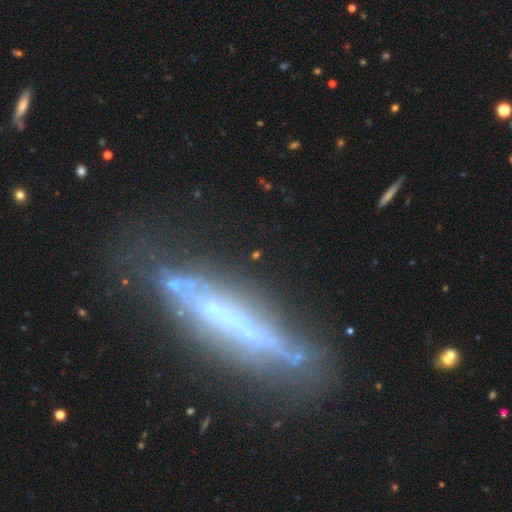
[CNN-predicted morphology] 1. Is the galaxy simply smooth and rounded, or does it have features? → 60% featured or disk, 21% smooth, 19% star or artifact.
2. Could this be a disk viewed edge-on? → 70% yes, 30% no.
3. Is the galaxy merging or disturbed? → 66% none, 18% minor disturbance, 11% major disturbance, 5% merger.